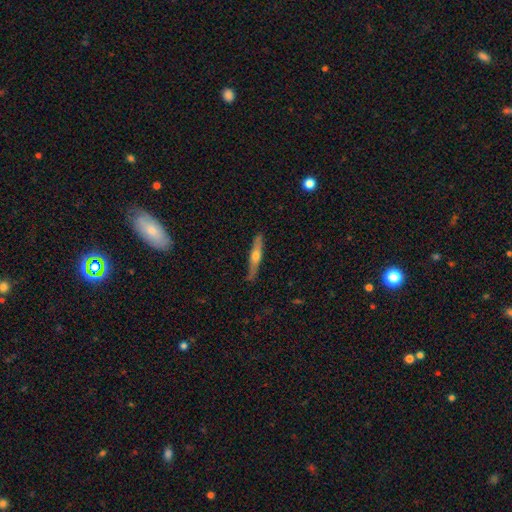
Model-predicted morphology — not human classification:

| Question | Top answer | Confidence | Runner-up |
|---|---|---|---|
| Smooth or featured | featured or disk | 55% | smooth (39%) |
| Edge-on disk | yes | 93% | no (7%) |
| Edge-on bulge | rounded | 87% | none (9%) |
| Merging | none | 86% | minor disturbance (11%) |